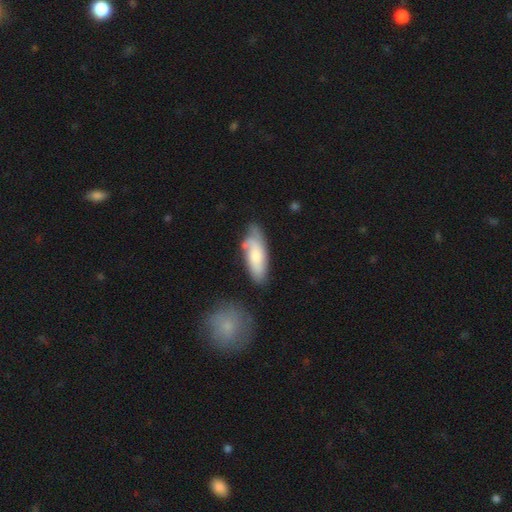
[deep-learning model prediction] The model was most divided on "smooth or featured": smooth: 55%, featured or disk: 39%, star or artifact: 6%. More confident: how rounded — in between (71%); merging — none (57%).